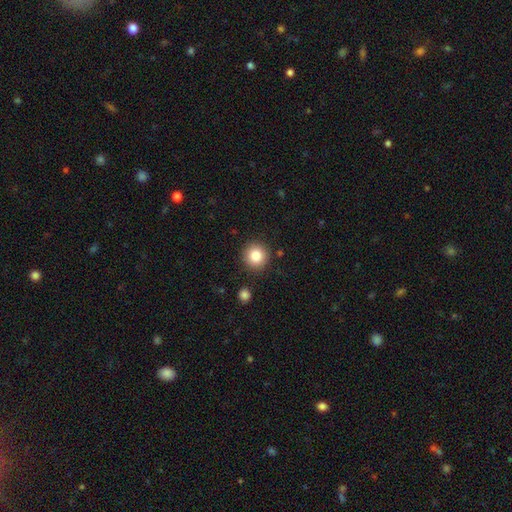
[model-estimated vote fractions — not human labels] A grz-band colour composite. It shows a smooth galaxy with no disk features (85%) that is round (93%). Merging: none (88%).